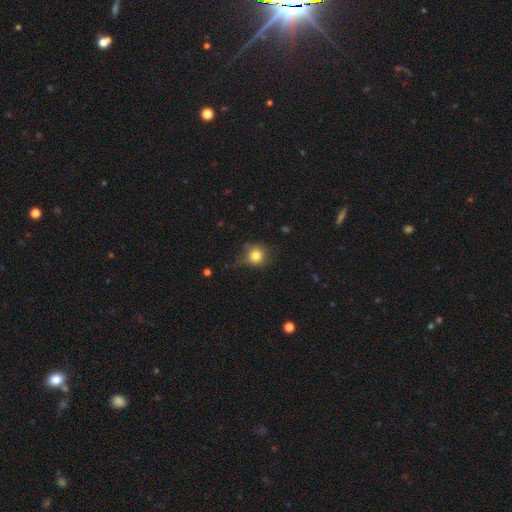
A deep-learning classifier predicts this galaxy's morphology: Smooth or featured: smooth — 82% (star or artifact — 11%)
How rounded: round — 90% (in between — 9%)
Merging: none — 71% (minor disturbance — 21%)